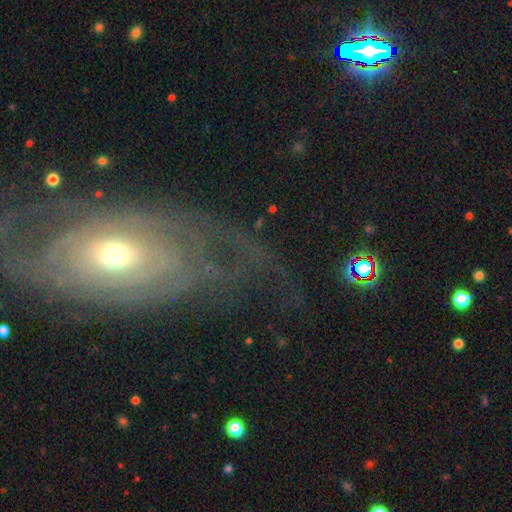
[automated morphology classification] type=featured or disk (62%); edge-on=no (89%); bar=no (72%); spiral arms=yes (62%); bulge=moderate (55%); merging=none (50%).